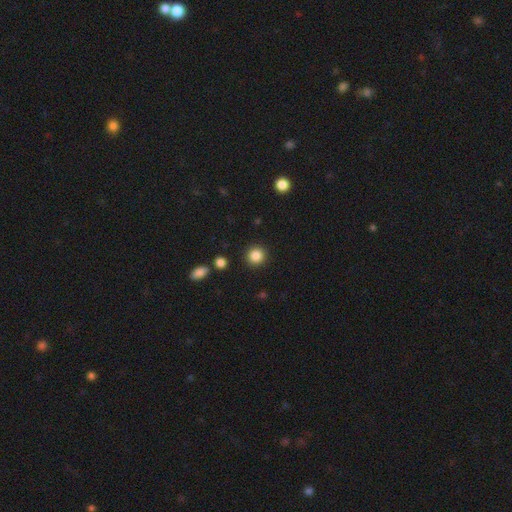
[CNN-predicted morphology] smooth 86%, star or artifact 10%, featured or disk 4%. Down the decision tree: how rounded — round (93%); merging — none (90%).